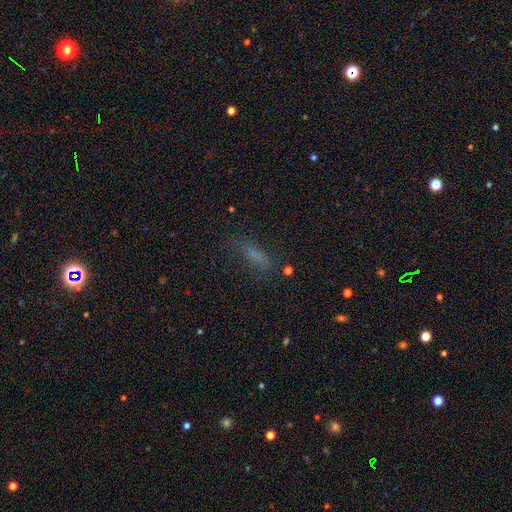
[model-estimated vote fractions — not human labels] Smooth or featured: smooth — 67% (star or artifact — 18%)
How rounded: cigar-shaped — 58% (in between — 39%)
Merging: none — 66% (minor disturbance — 20%)